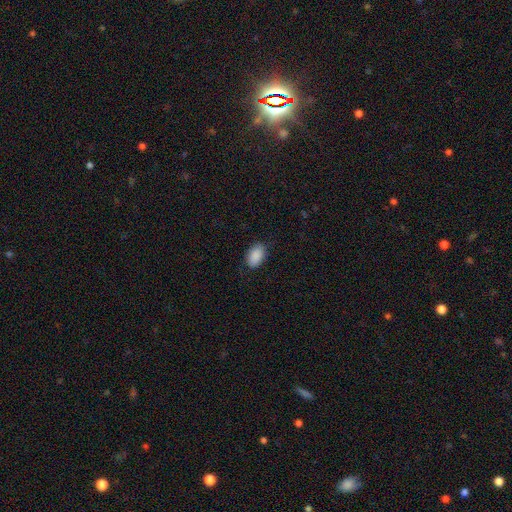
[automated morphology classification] Smooth or featured: smooth — 89% (star or artifact — 7%)
How rounded: in between — 92% (round — 6%)
Merging: none — 82% (minor disturbance — 14%)